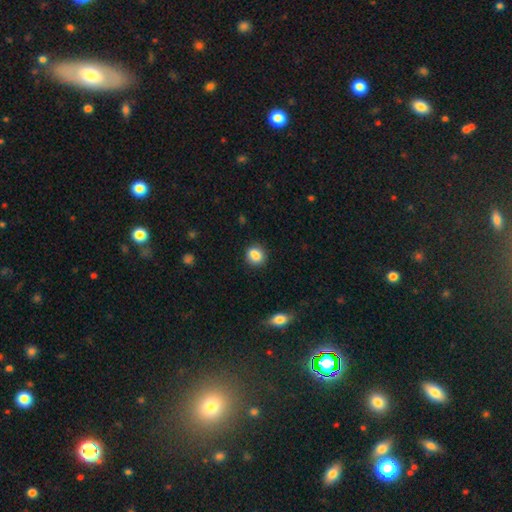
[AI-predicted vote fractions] This is clearly a smooth galaxy (85%). How rounded: likely round (68%). Merging: likely none (77%).